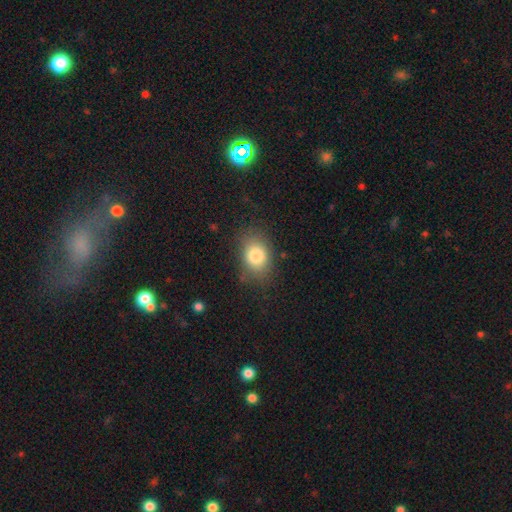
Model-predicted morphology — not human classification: type=smooth (80%); roundness=in between (67%); merging=none (77%).